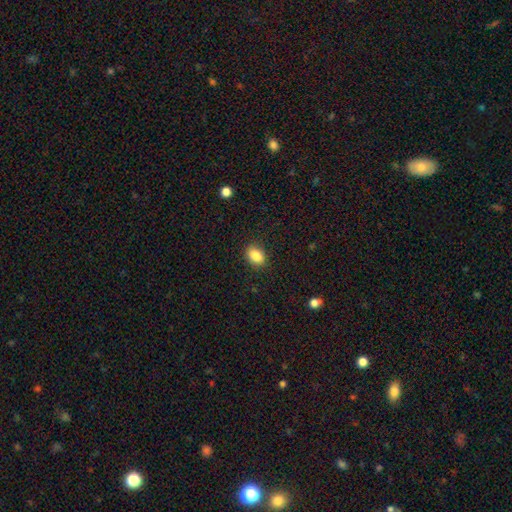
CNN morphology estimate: smooth 87%, star or artifact 9%, featured or disk 5%. Down the decision tree: how rounded — in between (77%); merging — none (87%).